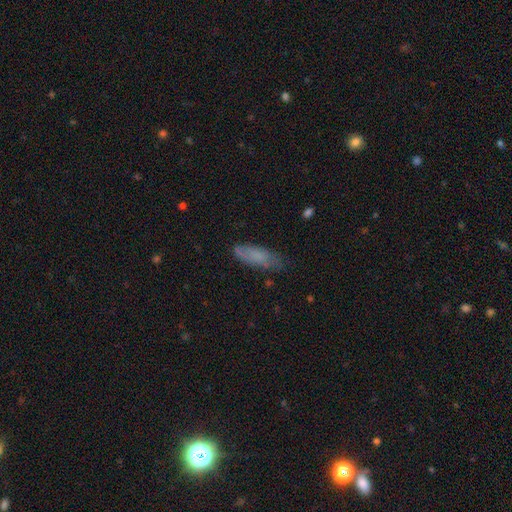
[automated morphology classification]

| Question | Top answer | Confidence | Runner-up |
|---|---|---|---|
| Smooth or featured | smooth | 68% | featured or disk (23%) |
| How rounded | in between | 62% | cigar-shaped (36%) |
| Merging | none | 66% | minor disturbance (24%) |